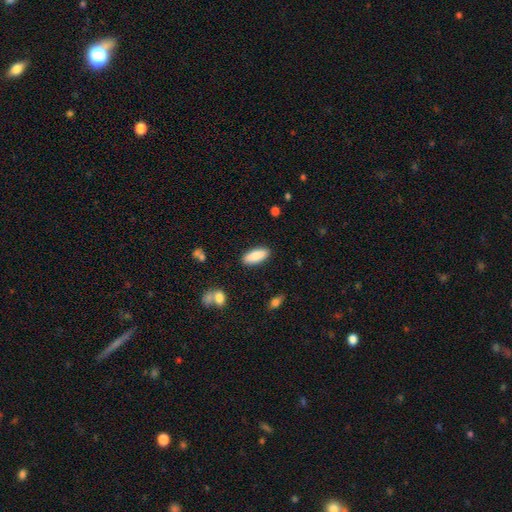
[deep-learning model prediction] smooth 86%, featured or disk 8%, star or artifact 6%. Down the decision tree: how rounded — in between (78%); merging — none (88%).